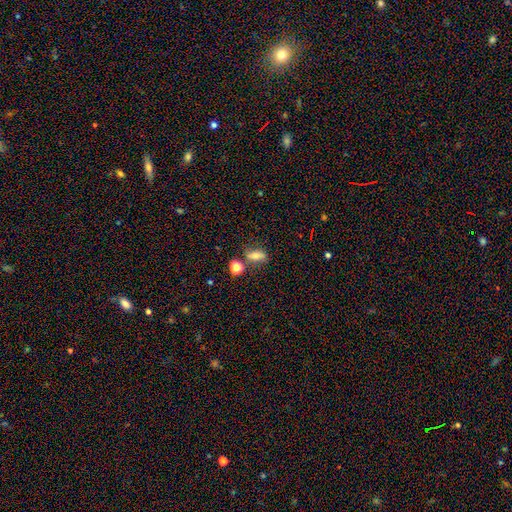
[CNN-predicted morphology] Q: Smooth or featured?
A: smooth (61%); runner-up: featured or disk (24%)
Q: How rounded?
A: in between (65%); runner-up: cigar-shaped (21%)
Q: Merging?
A: none (63%); runner-up: minor disturbance (17%)